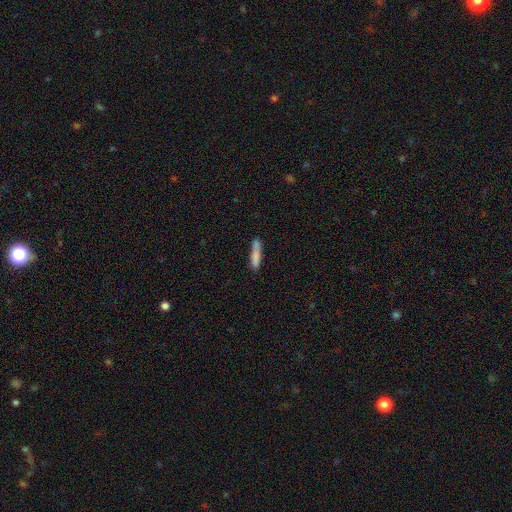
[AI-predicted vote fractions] Smooth or featured?
  - smooth: 81% *
  - featured or disk: 13%
  - star or artifact: 7%
How rounded?
  - cigar-shaped: 85% *
  - in between: 14%
  - round: 1%
Merging?
  - none: 71% *
  - minor disturbance: 18%
  - merger: 7%
  - major disturbance: 4%